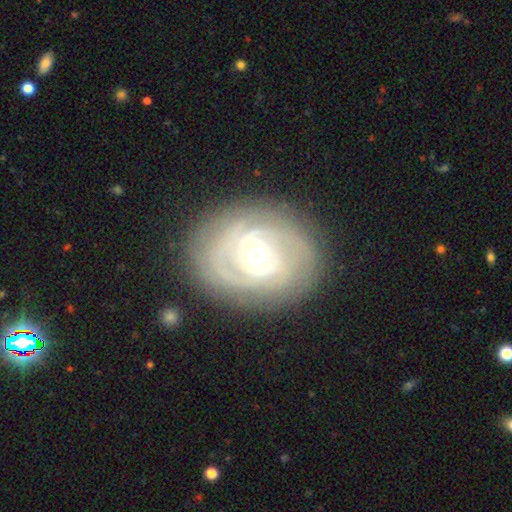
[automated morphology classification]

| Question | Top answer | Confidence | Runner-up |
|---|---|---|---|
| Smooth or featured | featured or disk | 83% | smooth (11%) |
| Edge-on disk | no | 96% | yes (4%) |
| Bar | weak | 44% | strong (42%) |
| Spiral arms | yes | 88% | no (12%) |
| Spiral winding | tight | 73% | medium (21%) |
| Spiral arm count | can't tell | 36% | 2 (31%) |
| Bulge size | moderate | 71% | small (18%) |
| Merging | none | 80% | minor disturbance (14%) |